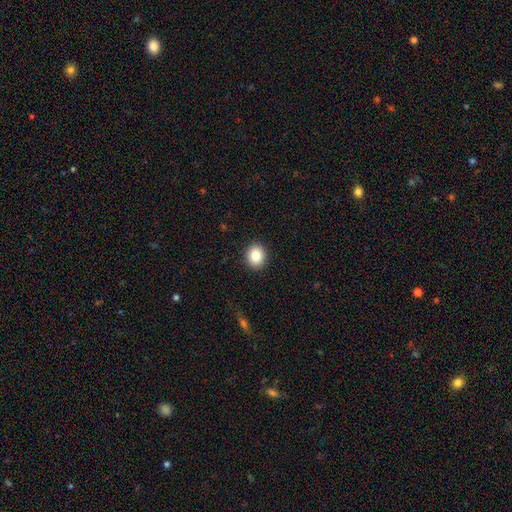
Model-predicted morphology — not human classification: type=smooth (85%); roundness=round (71%); merging=none (91%).